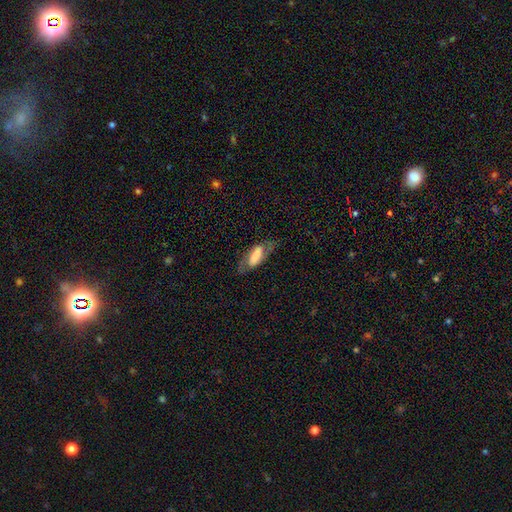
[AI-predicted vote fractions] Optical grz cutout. It shows a smooth galaxy with no disk features (49%). Merging: none (64%).